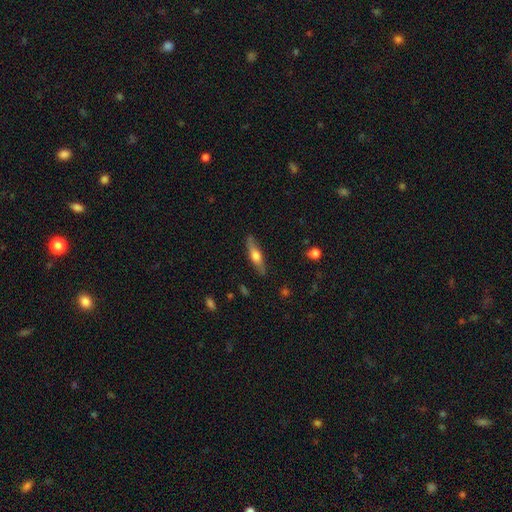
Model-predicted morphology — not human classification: Smooth or featured? Predicted: smooth (p=0.48). Merging? Predicted: none (p=0.86).